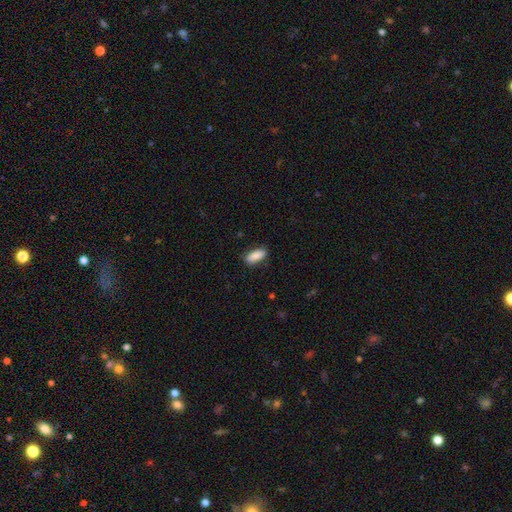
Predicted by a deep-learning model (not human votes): Morphology: type=smooth (89%); roundness=in between (77%); merging=none (85%).